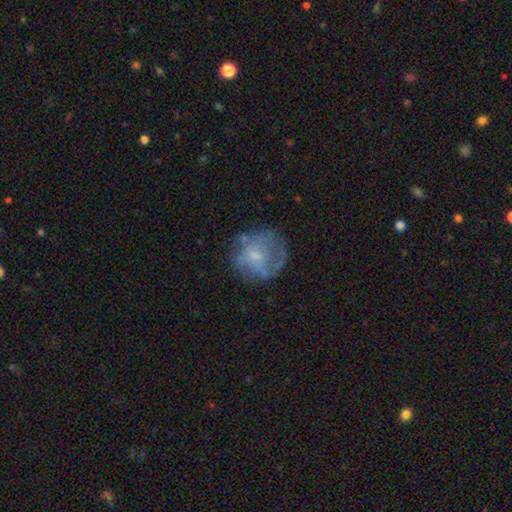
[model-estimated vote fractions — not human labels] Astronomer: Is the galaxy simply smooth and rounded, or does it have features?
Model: smooth — 46% (runner-up: featured or disk, 44%).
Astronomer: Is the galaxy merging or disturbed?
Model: none — 53%.